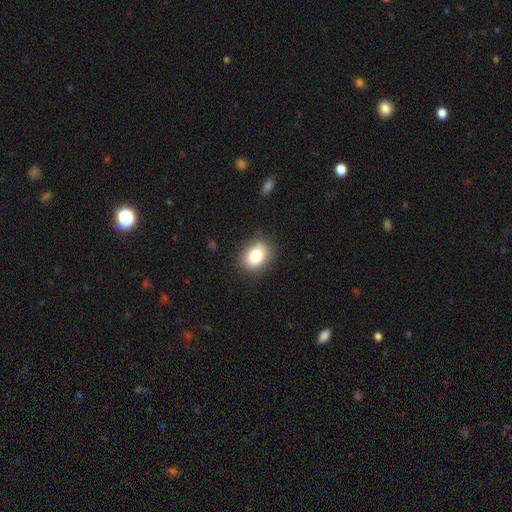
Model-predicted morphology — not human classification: Smooth or featured: smooth — 80% (featured or disk — 10%)
How rounded: in between — 55% (round — 44%)
Merging: none — 85% (minor disturbance — 11%)